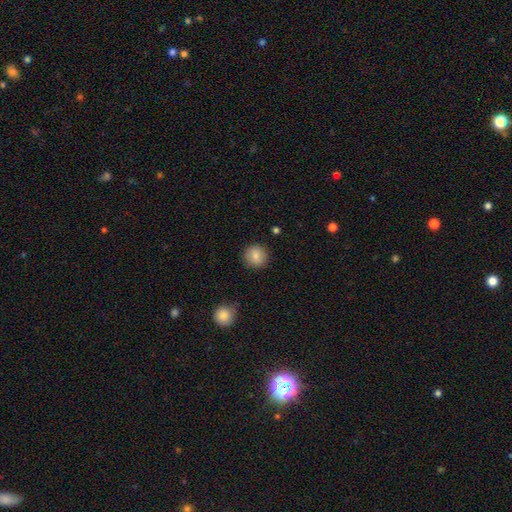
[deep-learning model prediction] Smooth or featured? Predicted: smooth (p=0.85). How rounded? Predicted: round (p=0.92). Merging? Predicted: none (p=0.89).